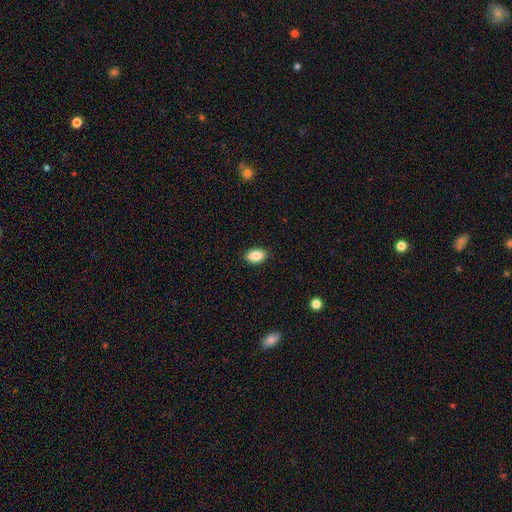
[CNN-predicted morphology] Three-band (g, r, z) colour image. It shows a smooth galaxy with no disk features (86%) that is in between round and cigar-shaped (88%). Merging: none (88%).